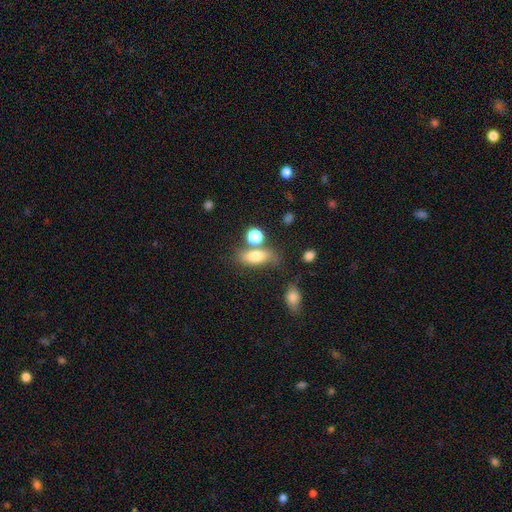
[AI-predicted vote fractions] smooth-or-featured: smooth: 71% | featured or disk: 18% | star or artifact: 11%
  how-rounded: in between: 73% | cigar-shaped: 15% | round: 12%
  merging: none: 57% | merger: 20% | minor disturbance: 16% | major disturbance: 7%